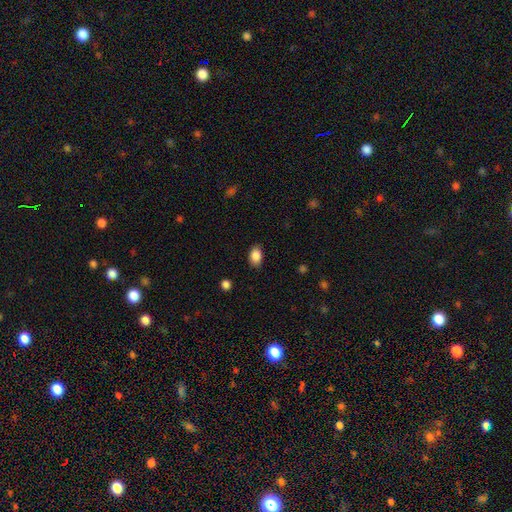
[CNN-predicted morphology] smooth_or_featured: smooth (p=0.88) [alt: star or artifact p=0.08]
how_rounded: in between (p=0.83) [alt: round p=0.16]
merging: none (p=0.84) [alt: minor disturbance p=0.12]